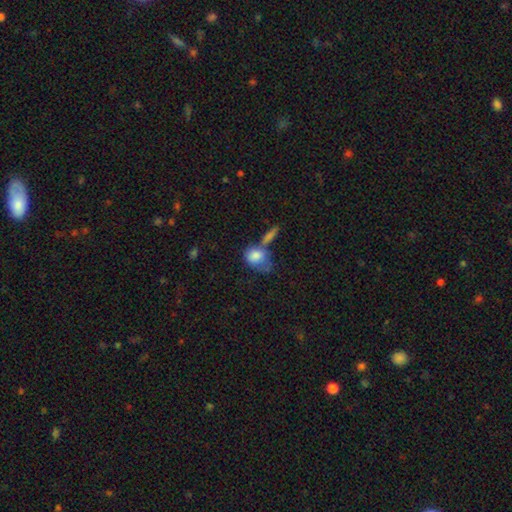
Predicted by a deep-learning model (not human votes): The model was most divided on "merging": merger: 37%, none: 29%, minor disturbance: 19%, major disturbance: 15%. More confident: smooth or featured — smooth (79%); how rounded — in between (56%).